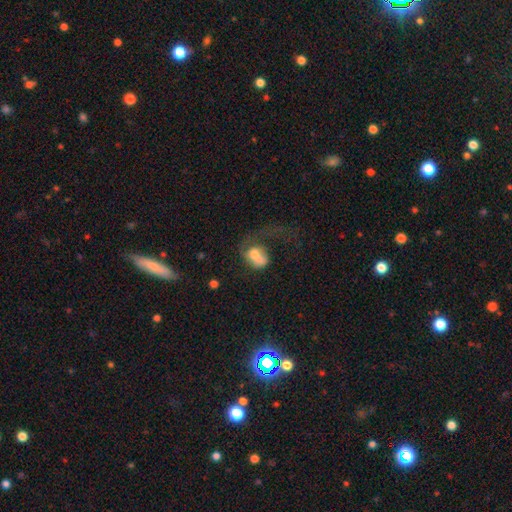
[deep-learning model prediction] A smooth galaxy with no disk features (57%) that is in between round and cigar-shaped (63%).

Vote fractions:
- Smooth or featured? smooth: 57% / featured or disk: 33% / star or artifact: 9%
- How rounded? in between: 63% / round: 35% / cigar-shaped: 2%
- Merging? major disturbance: 52% / merger: 20% / none: 16% / minor disturbance: 12%